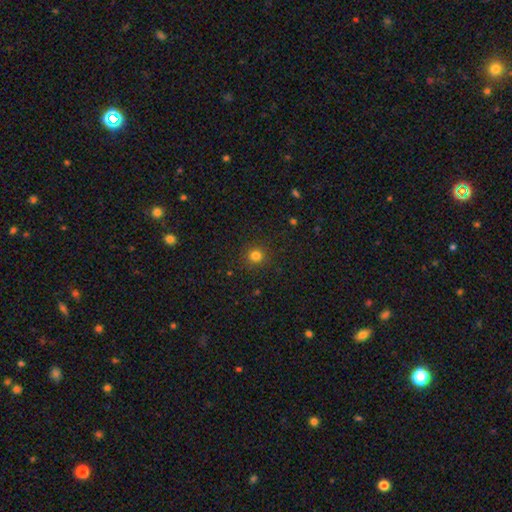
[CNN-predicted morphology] Q: Smooth or featured?
A: smooth (81%); runner-up: star or artifact (14%)
Q: How rounded?
A: round (91%); runner-up: in between (8%)
Q: Merging?
A: none (90%); runner-up: minor disturbance (6%)